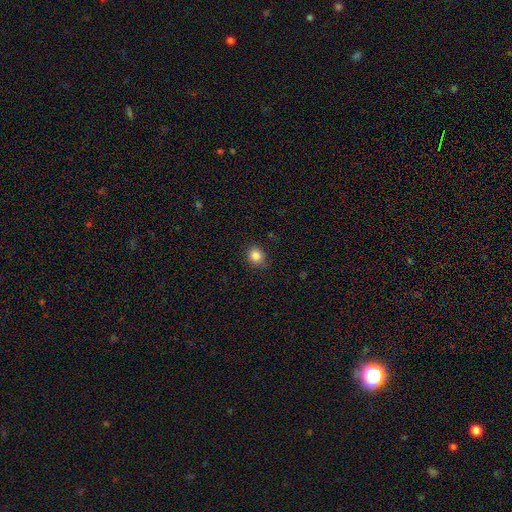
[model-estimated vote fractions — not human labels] smooth_or_featured: smooth (p=0.85) [alt: star or artifact p=0.10]
how_rounded: round (p=0.75) [alt: in between p=0.24]
merging: none (p=0.84) [alt: minor disturbance p=0.12]